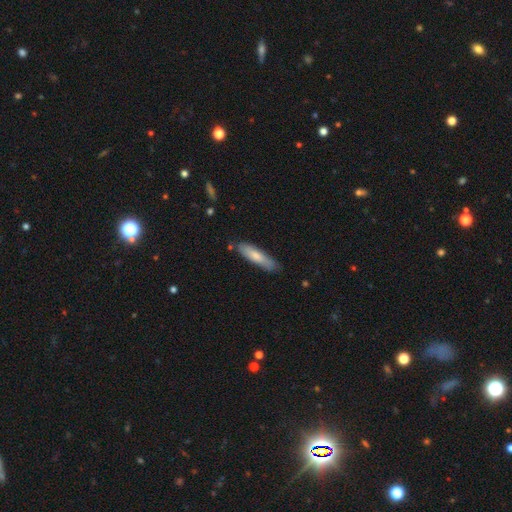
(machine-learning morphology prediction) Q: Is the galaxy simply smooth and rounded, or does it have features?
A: smooth — 73%.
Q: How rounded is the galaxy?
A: cigar-shaped — 75%.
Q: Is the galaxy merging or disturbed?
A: none — 76%.